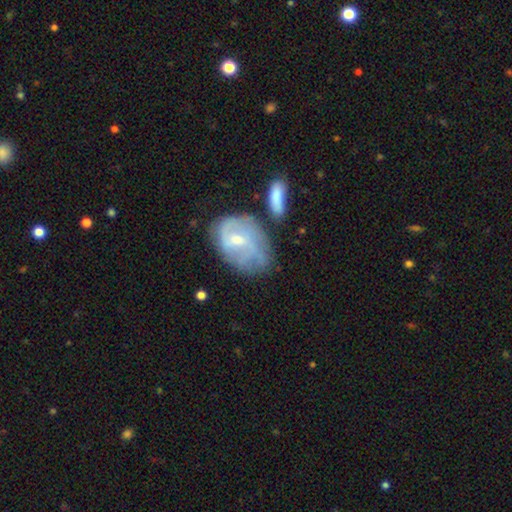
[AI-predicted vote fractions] smooth_or_featured: featured or disk (p=0.62) [alt: smooth p=0.30]
disk_edge_on: no (p=0.96) [alt: yes p=0.04]
bar: weak (p=0.46) [alt: no p=0.45]
has_spiral_arms: yes (p=0.71) [alt: no p=0.29]
bulge_size: small (p=0.58) [alt: moderate p=0.37]
merging: none (p=0.41) [alt: minor disturbance p=0.28]